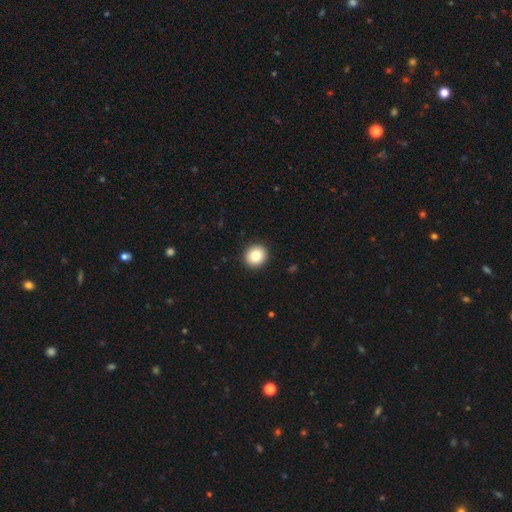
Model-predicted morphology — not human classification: The model was most divided on "smooth or featured": smooth: 84%, star or artifact: 9%, featured or disk: 8%. More confident: merging — none (93%); how rounded — round (89%).